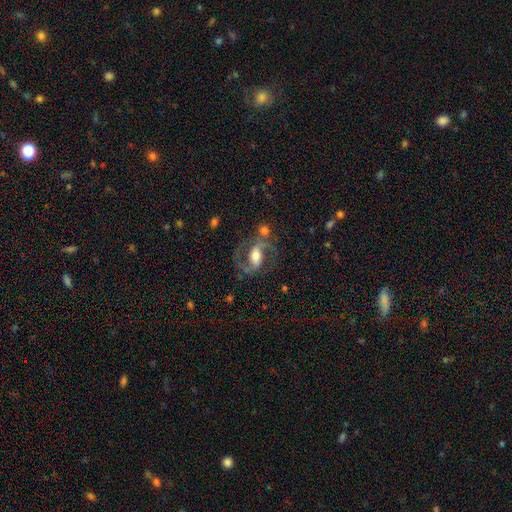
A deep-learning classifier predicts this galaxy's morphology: Smooth or featured?
  - featured or disk: 84% *
  - smooth: 10%
  - star or artifact: 6%
Edge-on disk?
  - no: 96% *
  - yes: 4%
Bar?
  - strong: 40% *
  - weak: 37%
  - no: 23%
Spiral arms?
  - yes: 94% *
  - no: 6%
Spiral winding?
  - medium: 61% *
  - loose: 22%
  - tight: 17%
Spiral arm count?
  - 2: 91% *
  - 1: 3%
  - can't tell: 3%
  - 3: 1%
  - 4: 1%
  - more than 4: 1%
Bulge size?
  - moderate: 60% *
  - large: 22%
  - small: 15%
  - dominant: 2%
  - none: 2%
Merging?
  - none: 65% *
  - minor disturbance: 16%
  - major disturbance: 11%
  - merger: 8%